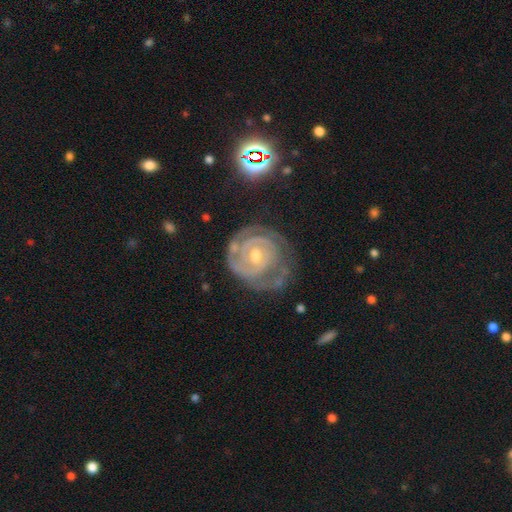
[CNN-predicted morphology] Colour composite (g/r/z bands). It shows a featured or disk galaxy (88%) with no bar (57%), 2 (42%) tight (80%) spiral arms (96%) and a moderate central bulge (50%). Merging: none (62%).